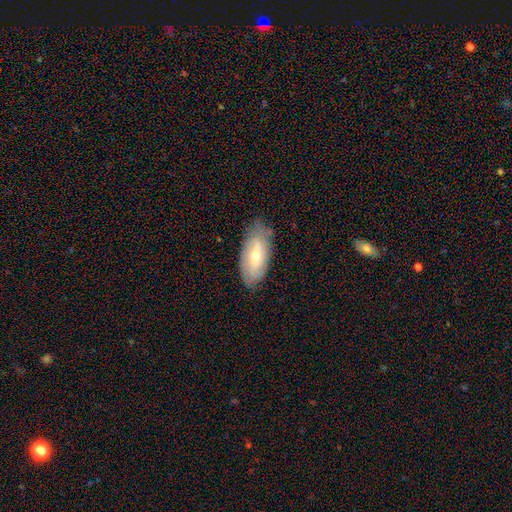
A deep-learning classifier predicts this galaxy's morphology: type=featured or disk (59%); edge-on=no (88%); bar=no (46%); spiral arms=yes (78%); bulge=moderate (50%); merging=none (76%).